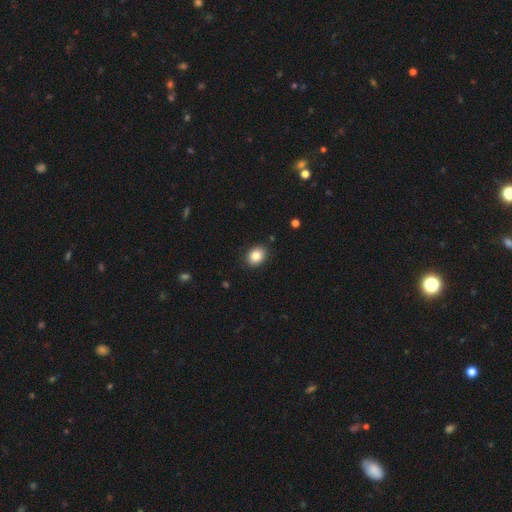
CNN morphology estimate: Smooth or featured? Predicted: smooth (p=0.85). How rounded? Predicted: in between (p=0.55). Merging? Predicted: none (p=0.88).